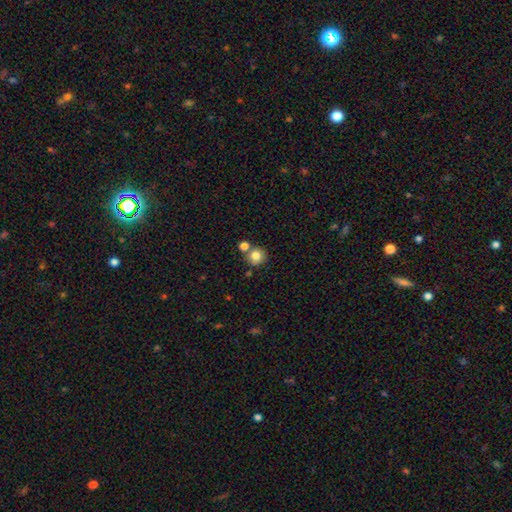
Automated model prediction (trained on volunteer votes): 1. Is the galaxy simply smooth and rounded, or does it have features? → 81% smooth, 11% star or artifact, 8% featured or disk.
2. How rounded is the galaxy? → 90% round, 9% in between, 1% cigar-shaped.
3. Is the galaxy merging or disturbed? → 65% none, 23% merger, 9% minor disturbance, 3% major disturbance.